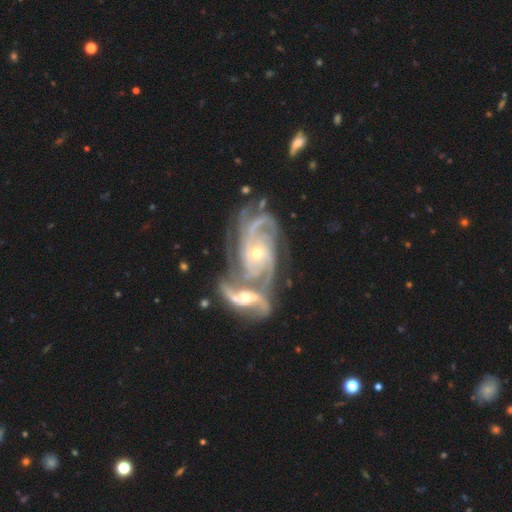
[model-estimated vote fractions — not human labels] Overall: featured or disk (90%). Edge-on disk: no (96%). Bar: no (61%; weak 27%). Spiral arms: yes (98%). Spiral arm count: 3 (26%, tied with 2). Spiral winding: tight (66%; medium 28%). Bulge size: small (58%; moderate 38%). Merging: merger (64%).